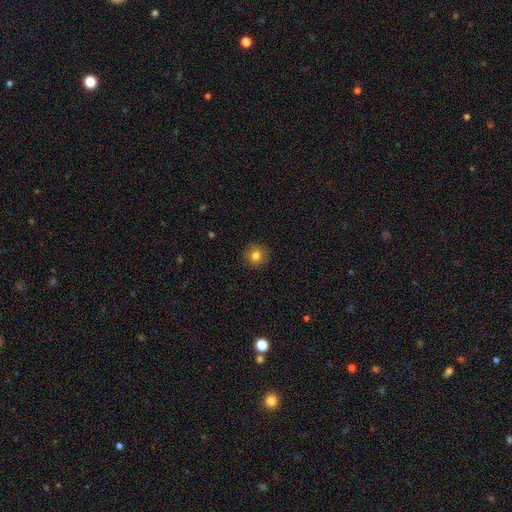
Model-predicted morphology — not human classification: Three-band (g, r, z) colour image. It shows a smooth galaxy with no disk features (81%) that is round (93%). Merging: none (92%).